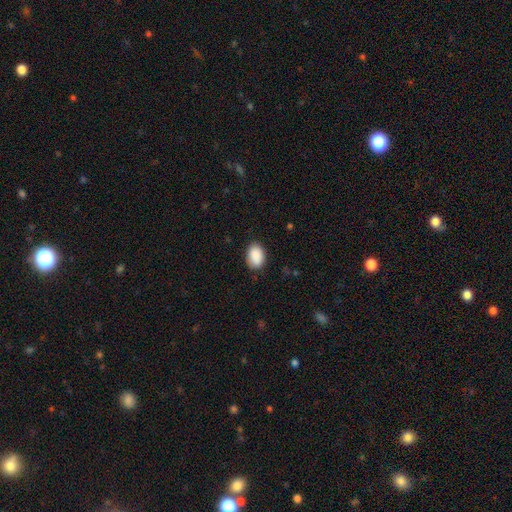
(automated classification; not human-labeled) smooth_or_featured: smooth (p=0.90) [alt: star or artifact p=0.07]
how_rounded: in between (p=0.84) [alt: round p=0.15]
merging: none (p=0.83) [alt: minor disturbance p=0.13]